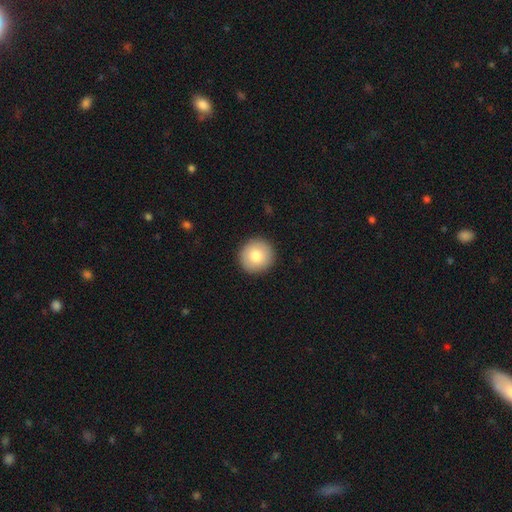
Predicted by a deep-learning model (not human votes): Smooth or featured?
  - smooth: 80% *
  - featured or disk: 12%
  - star or artifact: 8%
How rounded?
  - round: 94% *
  - in between: 5%
  - cigar-shaped: 1%
Merging?
  - none: 92% *
  - minor disturbance: 5%
  - major disturbance: 2%
  - merger: 1%